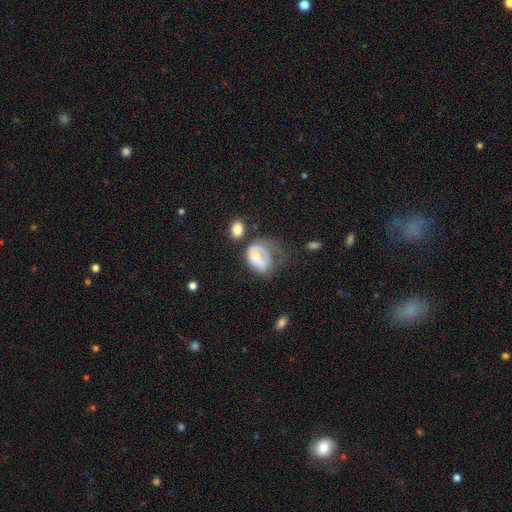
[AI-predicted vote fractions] smooth 49%, featured or disk 43%, star or artifact 7%. Down the decision tree: merging — major disturbance (43%).